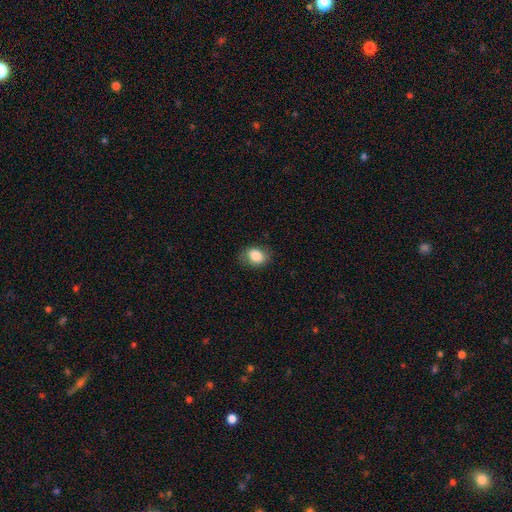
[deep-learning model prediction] smooth_or_featured: smooth (p=0.85) [alt: star or artifact p=0.09]
how_rounded: in between (p=0.59) [alt: round p=0.40]
merging: none (p=0.78) [alt: minor disturbance p=0.17]